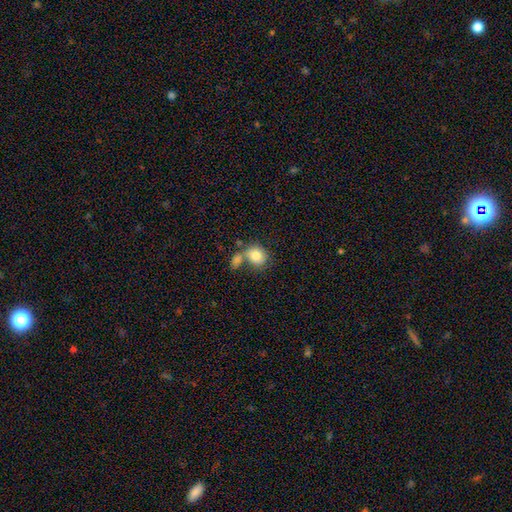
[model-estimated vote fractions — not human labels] smooth-or-featured: smooth: 81% | featured or disk: 10% | star or artifact: 9%
  how-rounded: round: 62% | in between: 37% | cigar-shaped: 1%
  merging: none: 45% | merger: 36% | minor disturbance: 13% | major disturbance: 6%